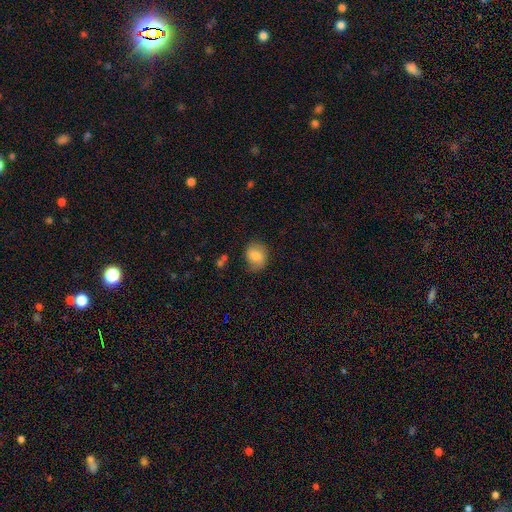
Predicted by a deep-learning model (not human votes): Smooth or featured: smooth — 77% (featured or disk — 15%)
How rounded: round — 64% (in between — 35%)
Merging: none — 71% (minor disturbance — 21%)